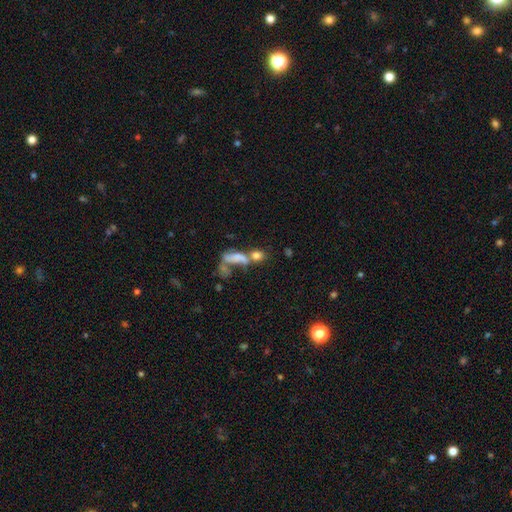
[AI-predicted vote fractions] A smooth galaxy with no disk features (60%) that is in between round and cigar-shaped (51%). Merging: merger (52%).